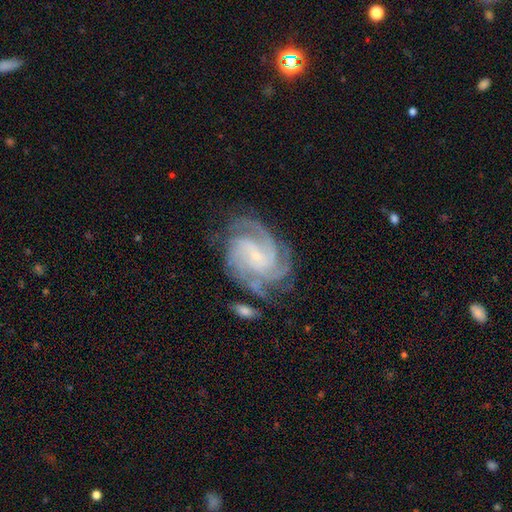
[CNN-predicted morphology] Smooth or featured? Predicted: featured or disk (p=0.88). Edge-on disk? Predicted: no (p=0.97). Bar? Predicted: no (p=0.46). Spiral arms? Predicted: yes (p=0.98). Spiral winding? Predicted: tight (p=0.59). Spiral arm count? Predicted: 4 (p=0.33). Bulge size? Predicted: small (p=0.76). Merging? Predicted: none (p=0.67).